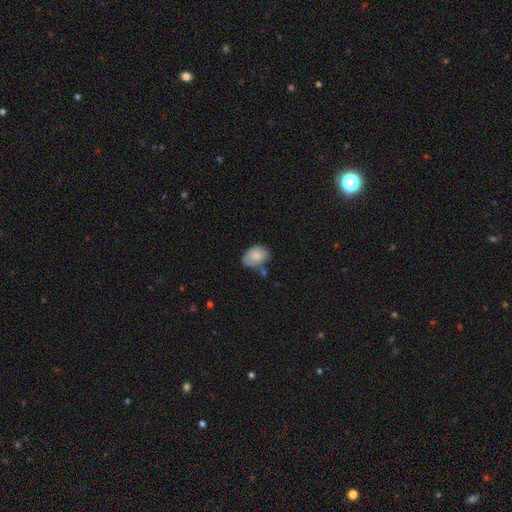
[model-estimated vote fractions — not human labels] Morphology: type=smooth (79%); roundness=in between (83%); merging=none (52%).